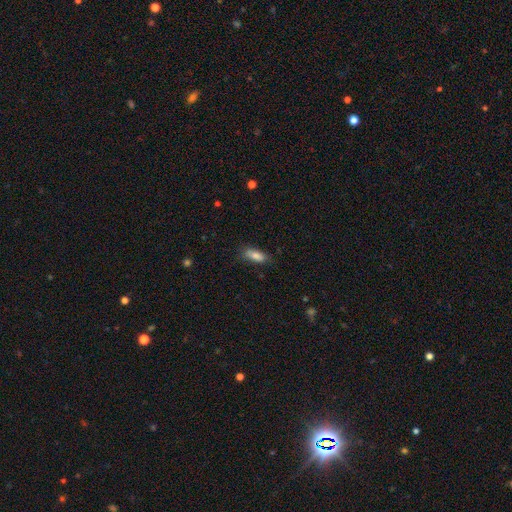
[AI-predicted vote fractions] A smooth galaxy with no disk features (82%) that is in between round and cigar-shaped (71%).

Vote fractions:
- Smooth or featured? smooth: 82% / featured or disk: 10% / star or artifact: 8%
- How rounded? in between: 71% / cigar-shaped: 27% / round: 2%
- Merging? none: 74% / minor disturbance: 20% / major disturbance: 5% / merger: 2%